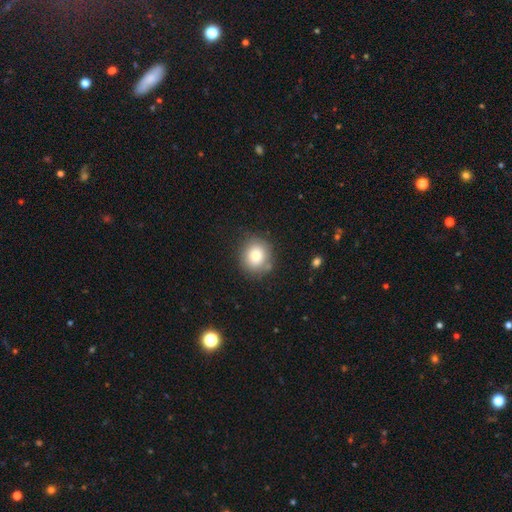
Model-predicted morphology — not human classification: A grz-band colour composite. It shows a smooth galaxy with no disk features (80%) that is round (84%). Merging: none (78%).